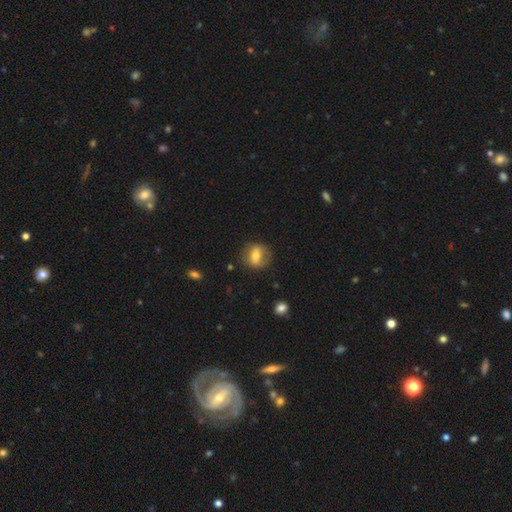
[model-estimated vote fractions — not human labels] Morphology: type=smooth (61%); roundness=round (64%); merging=none (77%).